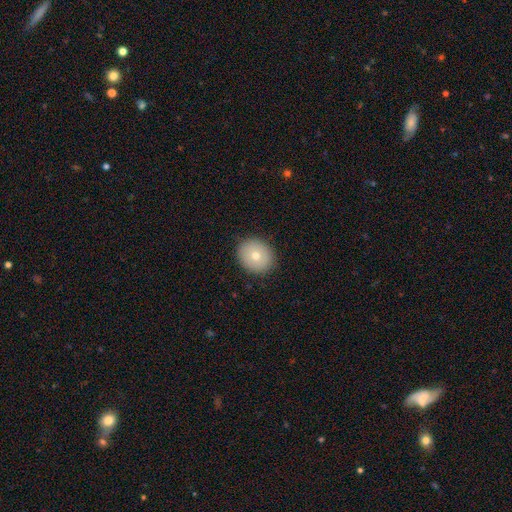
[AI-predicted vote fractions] This appears to be a smooth galaxy with no disk features (74%) that is round (78%). Merging: none (89%).